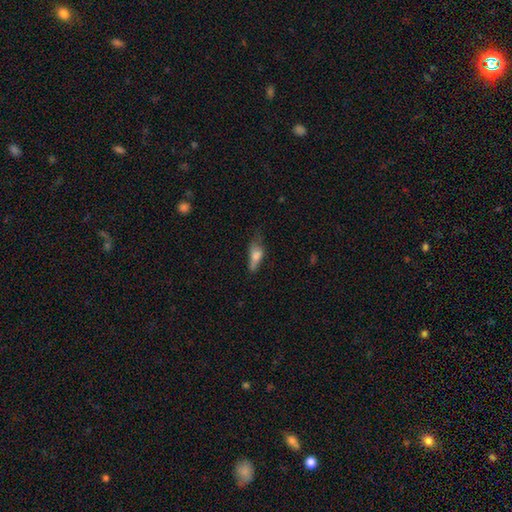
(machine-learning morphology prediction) This is likely a smooth galaxy (68%). How rounded: likely in between (69%). Merging: marginally minor disturbance (32%).